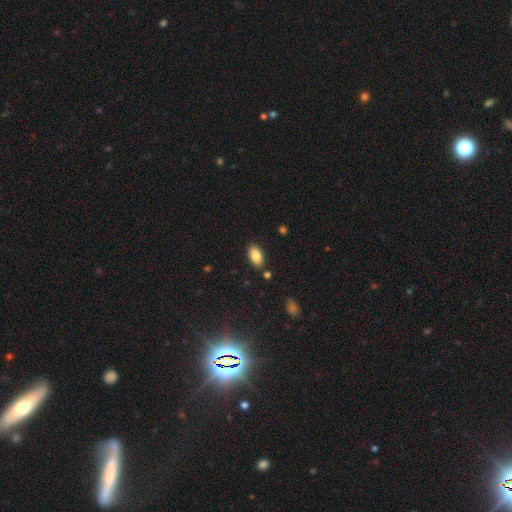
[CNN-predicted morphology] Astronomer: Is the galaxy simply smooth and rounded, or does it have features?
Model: smooth — 83%.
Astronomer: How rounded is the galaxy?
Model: in between — 93%.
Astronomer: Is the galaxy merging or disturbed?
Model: none — 85%.